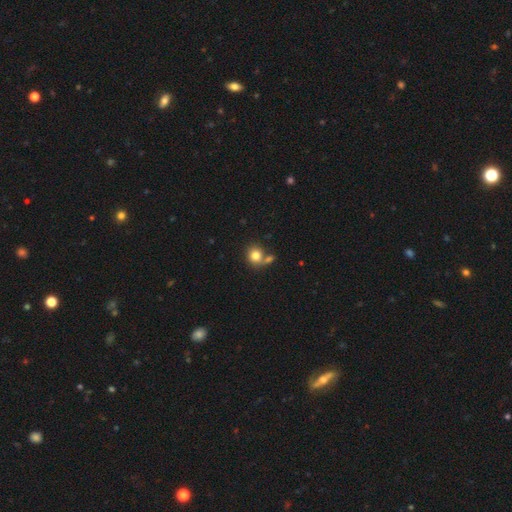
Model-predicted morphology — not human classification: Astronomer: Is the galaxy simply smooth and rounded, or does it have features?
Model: smooth — 81%.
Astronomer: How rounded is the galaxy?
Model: round — 80%.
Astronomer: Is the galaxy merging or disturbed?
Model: none — 57%.